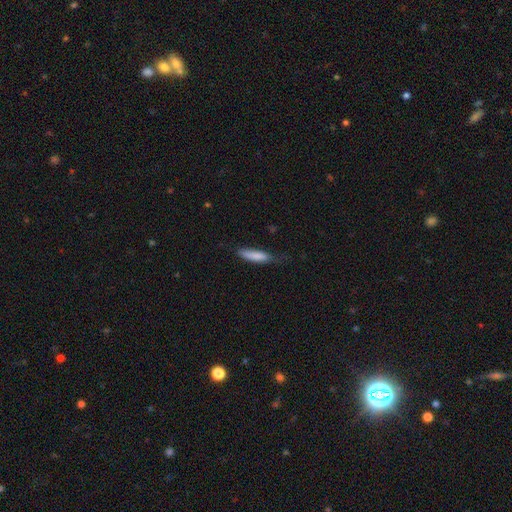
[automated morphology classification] A smooth galaxy with no disk features (82%) that is cigar-shaped (76%). Merging: none (59%).